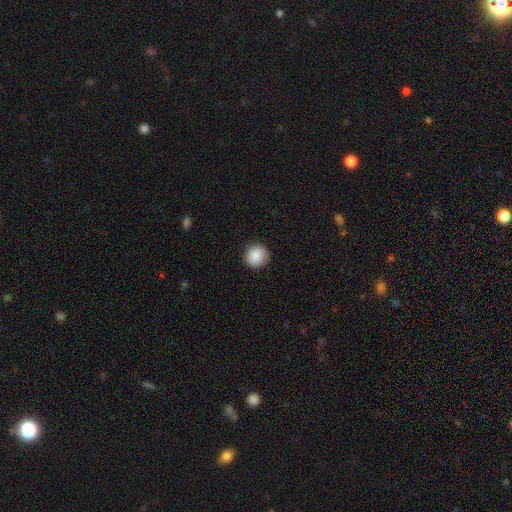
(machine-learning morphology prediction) Smooth or featured?
  - smooth: 88% *
  - star or artifact: 8%
  - featured or disk: 4%
How rounded?
  - round: 94% *
  - in between: 5%
  - cigar-shaped: 1%
Merging?
  - none: 89% *
  - minor disturbance: 8%
  - major disturbance: 2%
  - merger: 1%